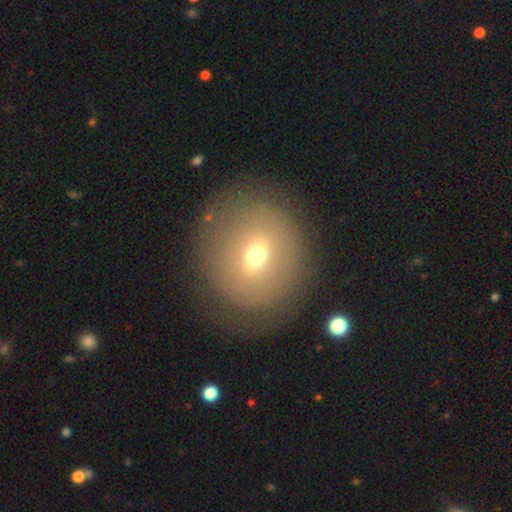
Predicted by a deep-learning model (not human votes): smooth-or-featured: smooth: 53% | featured or disk: 32% | star or artifact: 15%
  how-rounded: round: 81% | in between: 18% | cigar-shaped: 1%
  merging: none: 77% | minor disturbance: 12% | major disturbance: 9% | merger: 2%